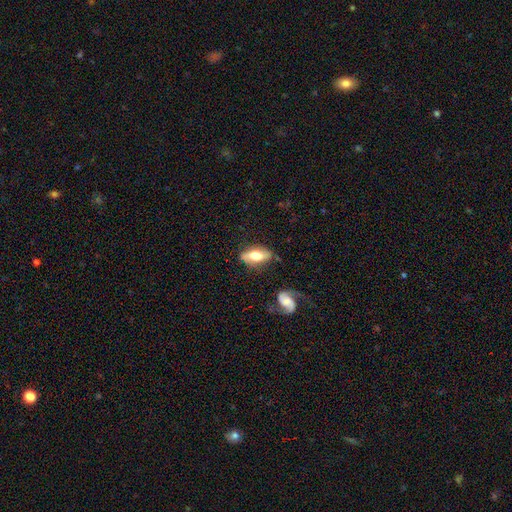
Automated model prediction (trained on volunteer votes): Smooth or featured? smooth (50%)
How rounded? in between (83%)
Merging? none (70%)